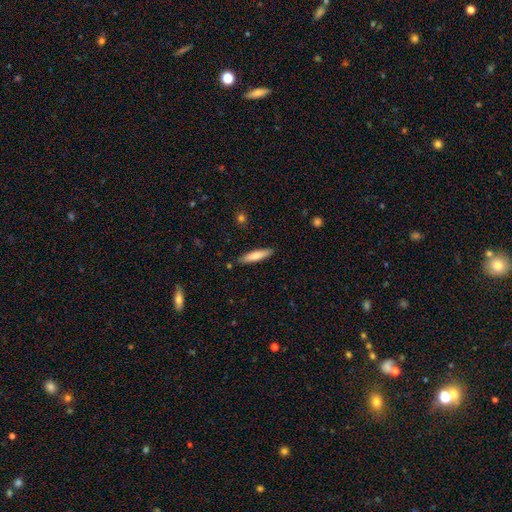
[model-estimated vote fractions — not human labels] Smooth or featured?
  - smooth: 75% *
  - featured or disk: 19%
  - star or artifact: 6%
How rounded?
  - cigar-shaped: 79% *
  - in between: 19%
  - round: 1%
Merging?
  - none: 88% *
  - minor disturbance: 9%
  - major disturbance: 2%
  - merger: 2%